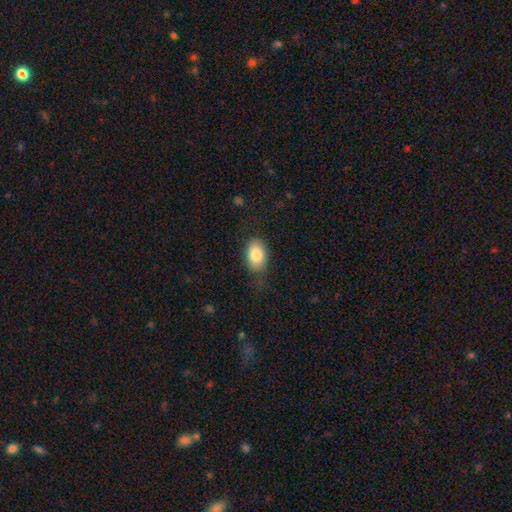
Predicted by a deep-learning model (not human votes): A smooth galaxy with no disk features (84%) that is in between round and cigar-shaped (86%). Merging: none (67%).